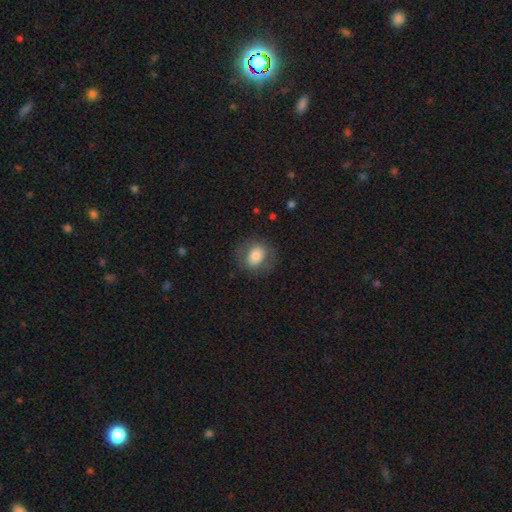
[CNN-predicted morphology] Smooth or featured? smooth (76%)
How rounded? round (50%)
Merging? none (76%)